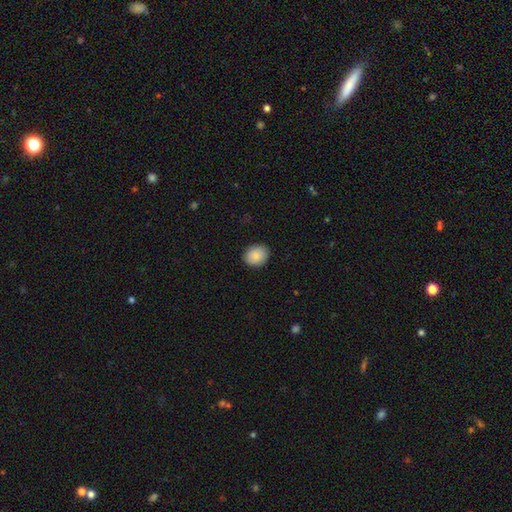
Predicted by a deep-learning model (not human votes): Smooth or featured? Predicted: smooth (p=0.87). How rounded? Predicted: round (p=0.61). Merging? Predicted: none (p=0.89).